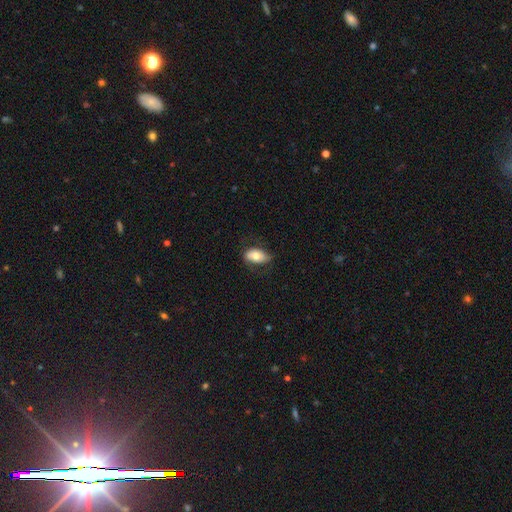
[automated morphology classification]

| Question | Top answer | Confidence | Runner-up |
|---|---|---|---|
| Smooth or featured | smooth | 67% | featured or disk (25%) |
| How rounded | in between | 90% | round (8%) |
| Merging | none | 65% | minor disturbance (24%) |